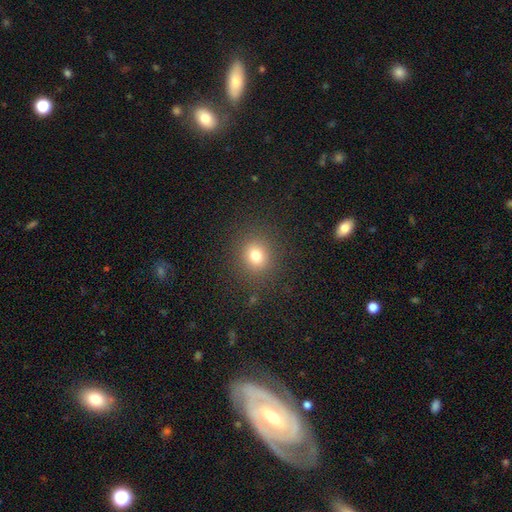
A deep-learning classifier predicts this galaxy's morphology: Smooth or featured? Predicted: smooth (p=0.77). How rounded? Predicted: round (p=0.80). Merging? Predicted: none (p=0.87).